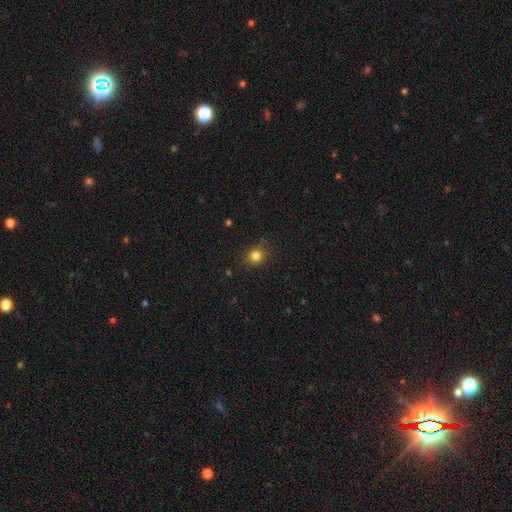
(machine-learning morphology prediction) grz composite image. It shows a smooth galaxy with no disk features (83%) that is round (80%). Merging: none (83%).